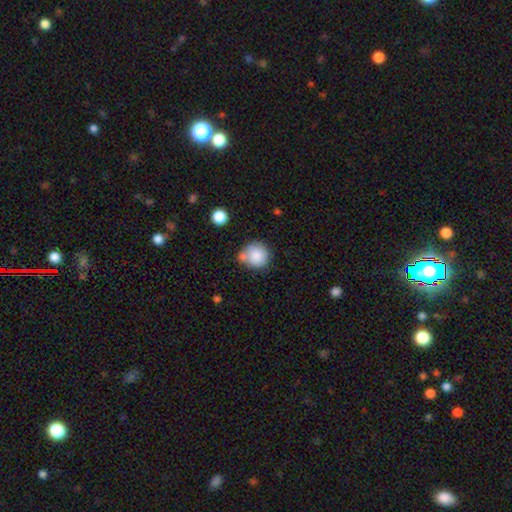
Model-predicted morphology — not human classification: A smooth galaxy with no disk features (84%) that is round (89%). Merging: none (55%).